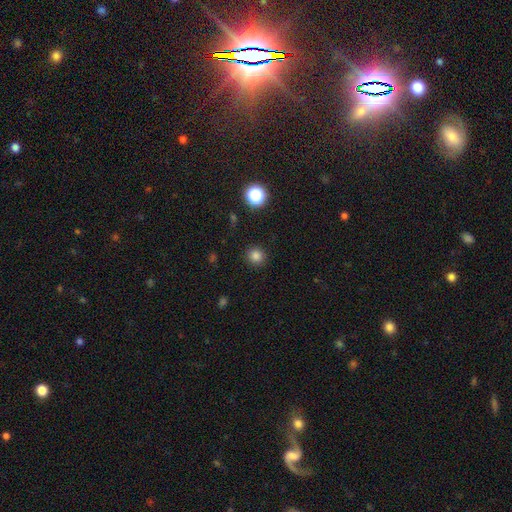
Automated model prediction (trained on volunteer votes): Overall: smooth (82%). How rounded: round (92%). Merging: none (91%).